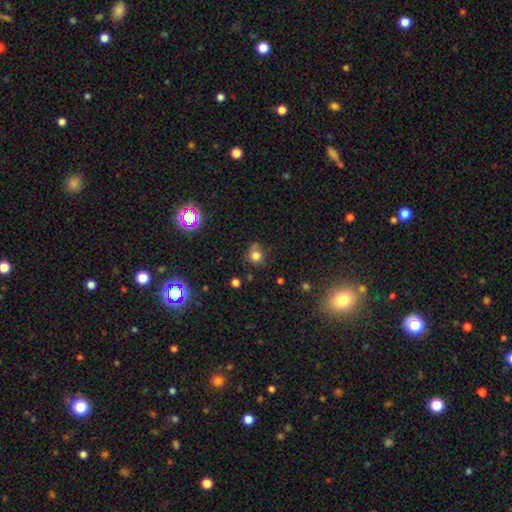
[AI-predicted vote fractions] Smooth or featured?
  - smooth: 75% *
  - star or artifact: 17%
  - featured or disk: 8%
How rounded?
  - round: 83% *
  - in between: 16%
  - cigar-shaped: 1%
Merging?
  - none: 61% *
  - minor disturbance: 21%
  - merger: 10%
  - major disturbance: 8%